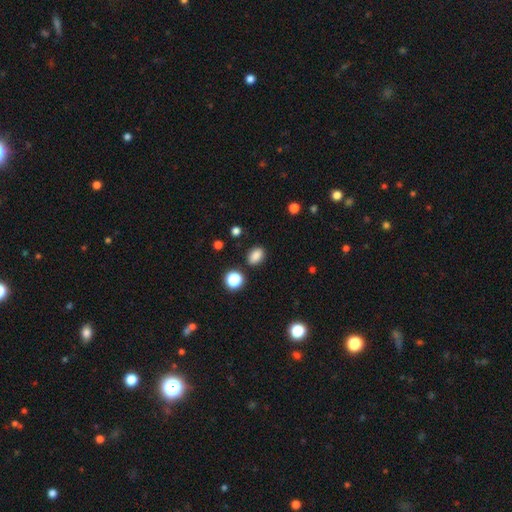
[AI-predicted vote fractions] A smooth galaxy with no disk features (84%) that is in between round and cigar-shaped (76%). Merging: none (85%).